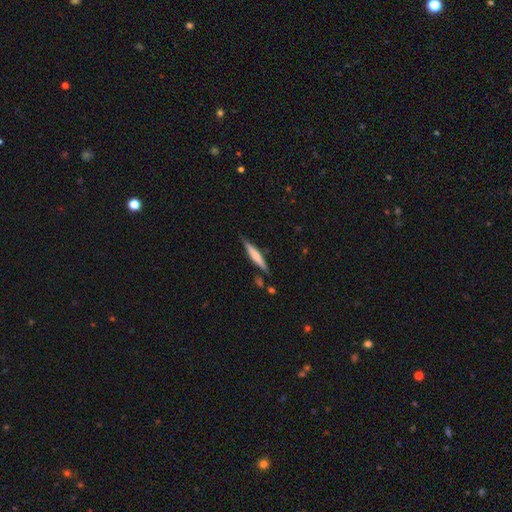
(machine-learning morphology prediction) Q: Smooth or featured?
A: smooth (48%); runner-up: featured or disk (46%)
Q: Merging?
A: none (82%); runner-up: minor disturbance (12%)